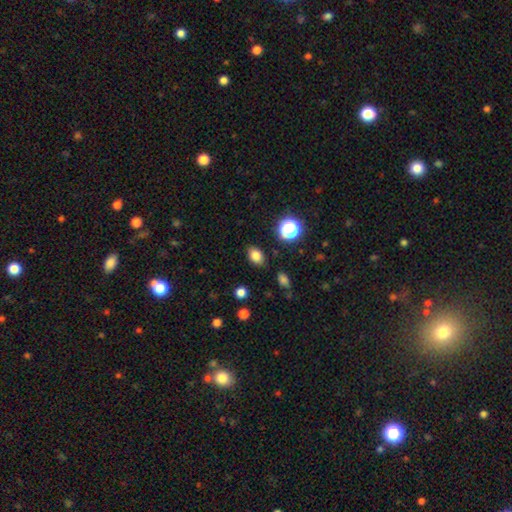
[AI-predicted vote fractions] This is clearly a smooth galaxy (80%). How rounded: likely in between (73%). Merging: clearly none (84%).